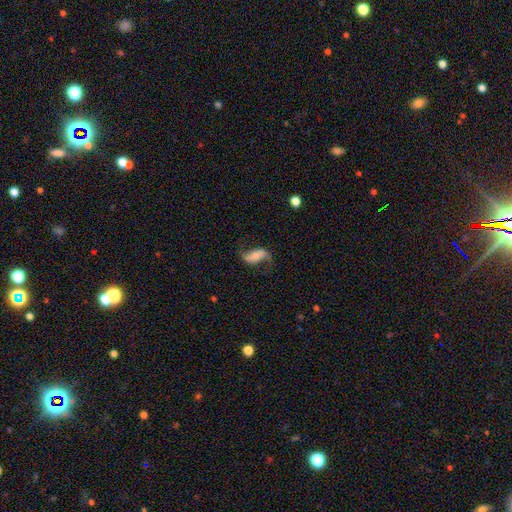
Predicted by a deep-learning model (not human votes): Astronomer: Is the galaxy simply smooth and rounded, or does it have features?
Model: featured or disk — 73%.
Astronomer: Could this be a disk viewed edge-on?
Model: no — 93%.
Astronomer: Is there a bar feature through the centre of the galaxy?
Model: no — 37% (runner-up: strong, 32%).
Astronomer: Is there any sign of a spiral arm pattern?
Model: yes — 92%.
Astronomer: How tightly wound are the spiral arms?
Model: loose — 81%.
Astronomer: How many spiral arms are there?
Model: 2 — 90%.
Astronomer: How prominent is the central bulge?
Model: small — 45% (runner-up: moderate, 39%).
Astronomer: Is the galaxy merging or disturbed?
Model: none — 67%.